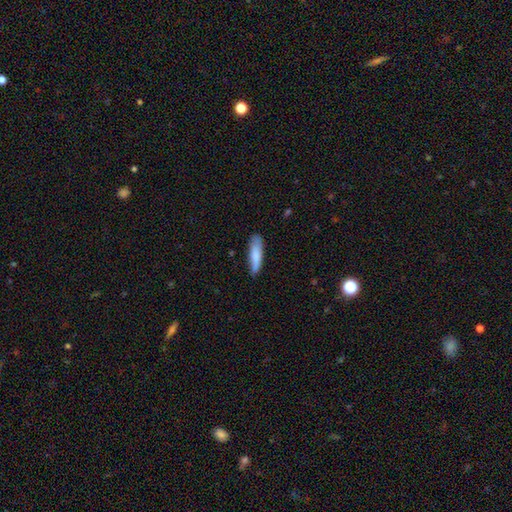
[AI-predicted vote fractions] Q: Smooth or featured?
A: smooth (82%); runner-up: featured or disk (12%)
Q: How rounded?
A: cigar-shaped (71%); runner-up: in between (27%)
Q: Merging?
A: none (73%); runner-up: minor disturbance (22%)